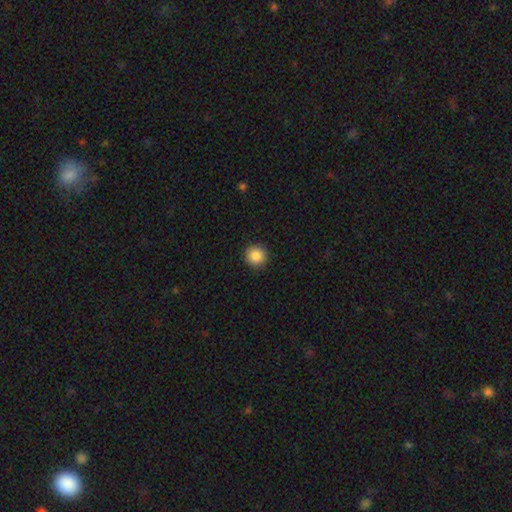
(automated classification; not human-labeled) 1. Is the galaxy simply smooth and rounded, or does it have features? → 88% smooth, 9% star or artifact, 3% featured or disk.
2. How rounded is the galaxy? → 95% round, 5% in between, 1% cigar-shaped.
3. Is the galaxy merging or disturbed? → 93% none, 5% minor disturbance, 2% major disturbance, 1% merger.